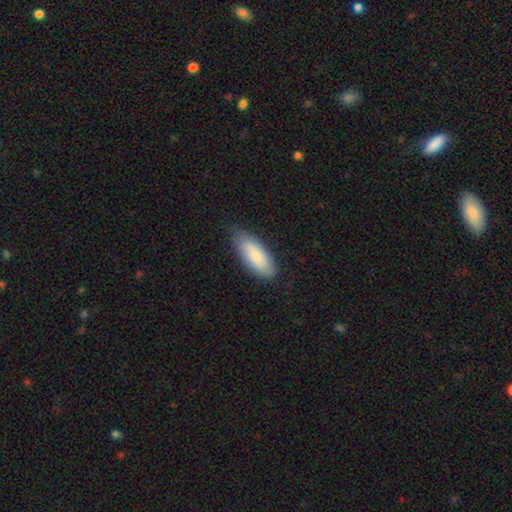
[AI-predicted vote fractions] smooth_or_featured: smooth (p=0.81) [alt: featured or disk p=0.14]
how_rounded: in between (p=0.77) [alt: cigar-shaped p=0.21]
merging: none (p=0.74) [alt: minor disturbance p=0.21]